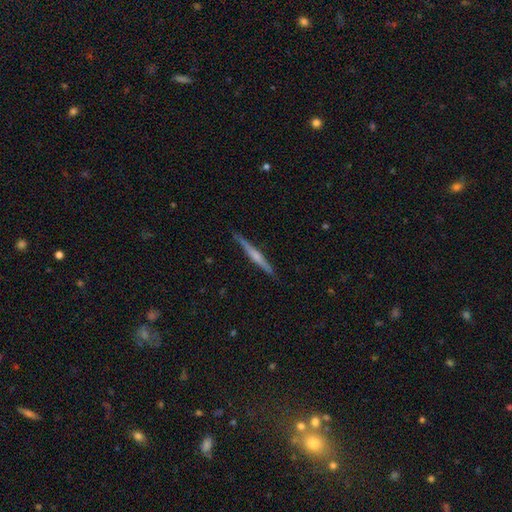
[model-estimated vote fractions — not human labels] Overall: featured or disk (64%; smooth 31%). Edge-on disk: yes (98%). Edge-on bulge: rounded (58%; none 30%). Merging: none (88%).